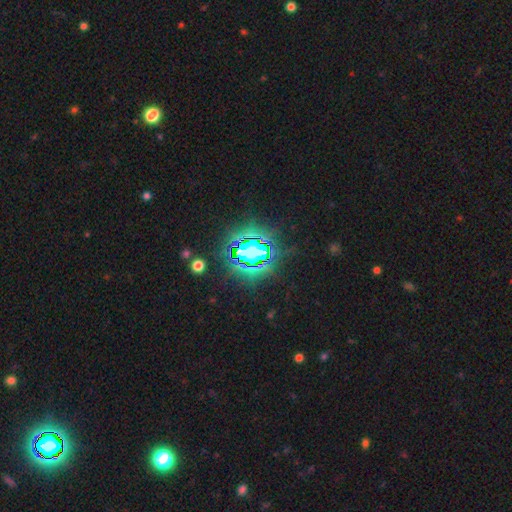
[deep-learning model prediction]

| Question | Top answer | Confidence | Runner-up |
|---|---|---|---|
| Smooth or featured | star or artifact | 78% | smooth (13%) |